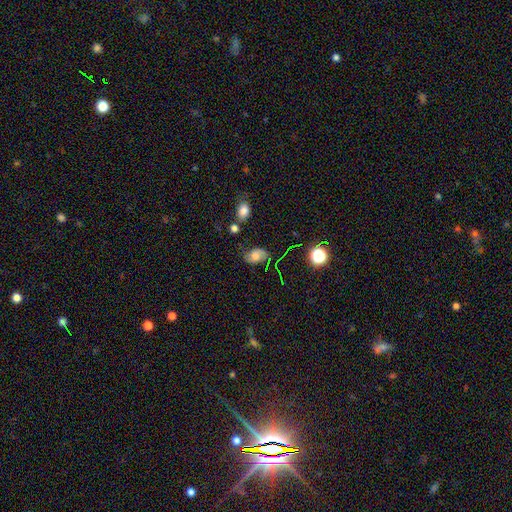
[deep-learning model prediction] Smooth or featured? Predicted: smooth (p=0.52). How rounded? Predicted: in between (p=0.81). Merging? Predicted: none (p=0.61).